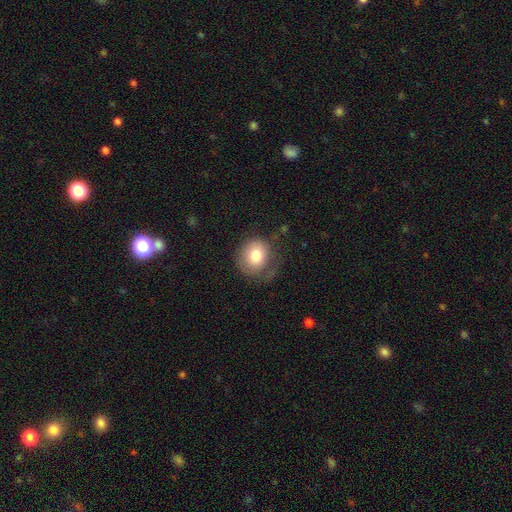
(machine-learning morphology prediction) The model was most divided on "merging": none: 58%, minor disturbance: 24%, major disturbance: 16%, merger: 2%. More confident: smooth or featured — smooth (78%); how rounded — round (77%).